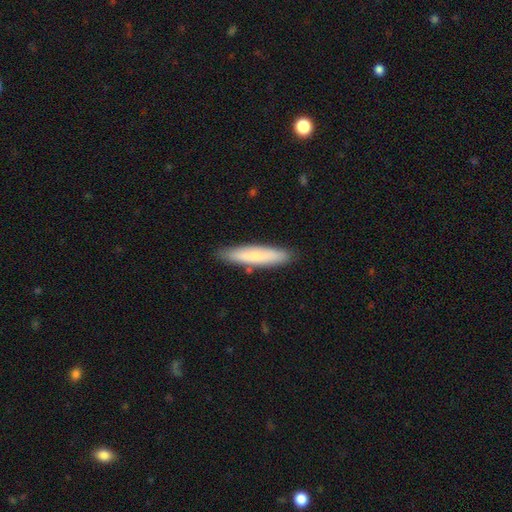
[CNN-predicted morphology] type=smooth (69%); roundness=cigar-shaped (86%); merging=none (87%).